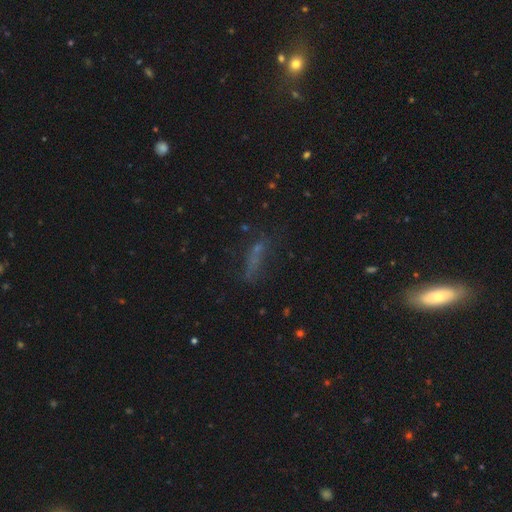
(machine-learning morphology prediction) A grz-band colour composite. It shows a smooth galaxy with no disk features (49%). Merging: none (57%).